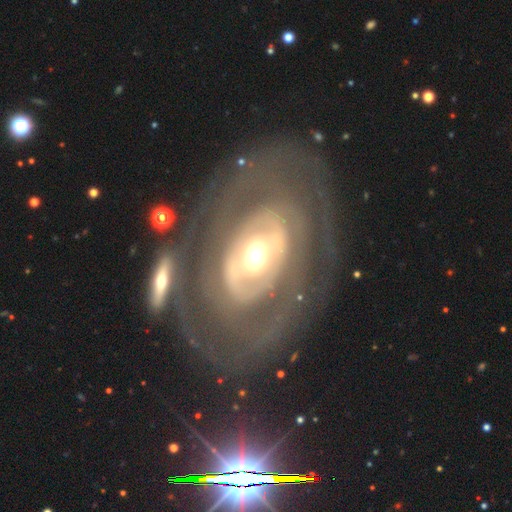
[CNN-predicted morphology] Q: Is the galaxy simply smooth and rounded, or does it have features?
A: featured or disk — 82%.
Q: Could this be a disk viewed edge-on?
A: no — 94%.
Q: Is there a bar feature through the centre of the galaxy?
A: no — 51%.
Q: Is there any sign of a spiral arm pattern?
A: yes — 62%.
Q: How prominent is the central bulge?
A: moderate — 64%.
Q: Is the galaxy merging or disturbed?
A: none — 65%.